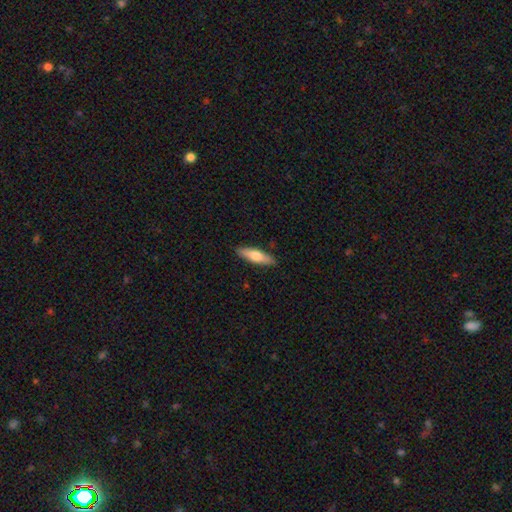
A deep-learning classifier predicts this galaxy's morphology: A smooth galaxy with no disk features (66%) that is cigar-shaped (59%). Merging: none (88%).